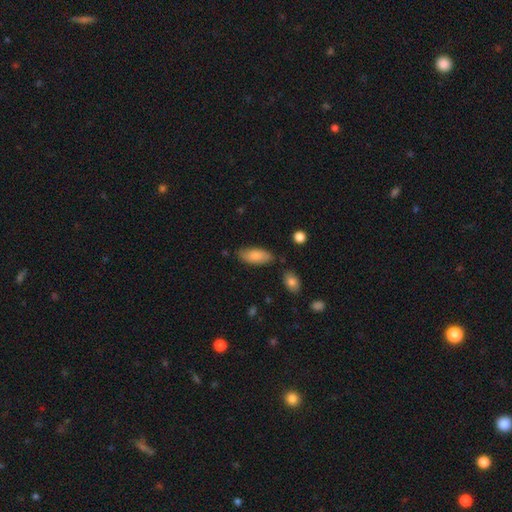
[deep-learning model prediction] Q: Smooth or featured?
A: smooth (82%); runner-up: featured or disk (12%)
Q: How rounded?
A: in between (85%); runner-up: cigar-shaped (14%)
Q: Merging?
A: none (75%); runner-up: minor disturbance (17%)